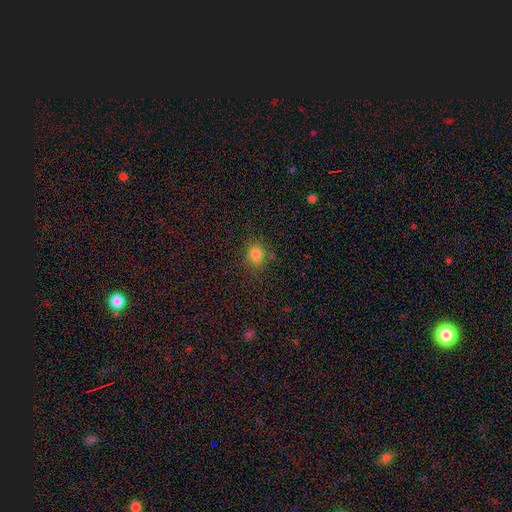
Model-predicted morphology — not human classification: Q: Smooth or featured?
A: smooth (80%); runner-up: star or artifact (14%)
Q: How rounded?
A: round (53%); runner-up: in between (46%)
Q: Merging?
A: none (77%); runner-up: minor disturbance (15%)